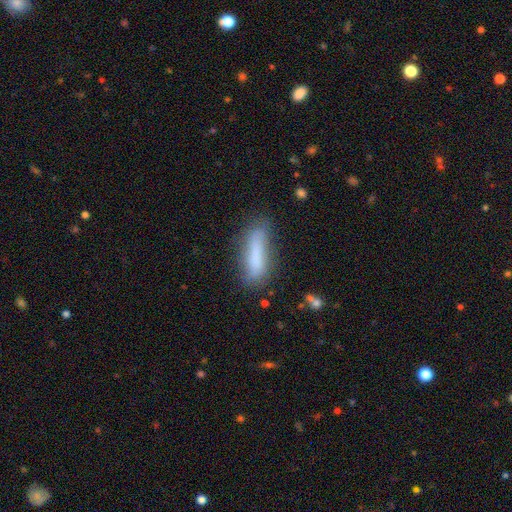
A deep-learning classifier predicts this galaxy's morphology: A smooth galaxy with no disk features (75%) that is cigar-shaped (68%).

Vote fractions:
- Smooth or featured? smooth: 75% / featured or disk: 17% / star or artifact: 8%
- How rounded? cigar-shaped: 68% / in between: 30% / round: 2%
- Merging? none: 65% / minor disturbance: 23% / major disturbance: 8% / merger: 4%